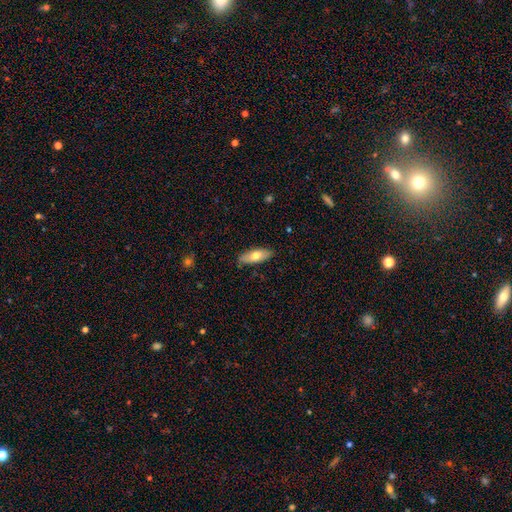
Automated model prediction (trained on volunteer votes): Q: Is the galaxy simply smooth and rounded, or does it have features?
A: smooth — 69%.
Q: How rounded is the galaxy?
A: in between — 72%.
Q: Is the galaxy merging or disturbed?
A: none — 87%.